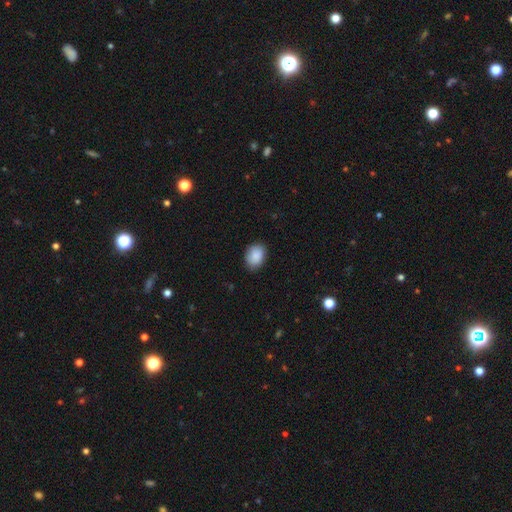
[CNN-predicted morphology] smooth_or_featured: smooth (p=0.89) [alt: star or artifact p=0.07]
how_rounded: in between (p=0.71) [alt: round p=0.28]
merging: none (p=0.82) [alt: minor disturbance p=0.14]